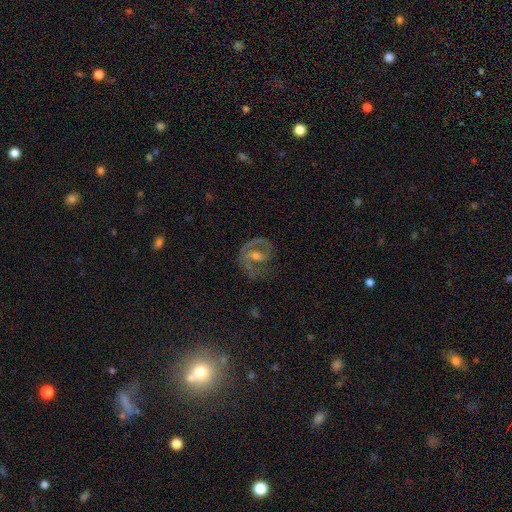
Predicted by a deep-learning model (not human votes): This appears to be a featured or disk galaxy (69%) with a weak bar (40%), spiral arms (66%) and a moderate central bulge (55%). Merging: none (65%).